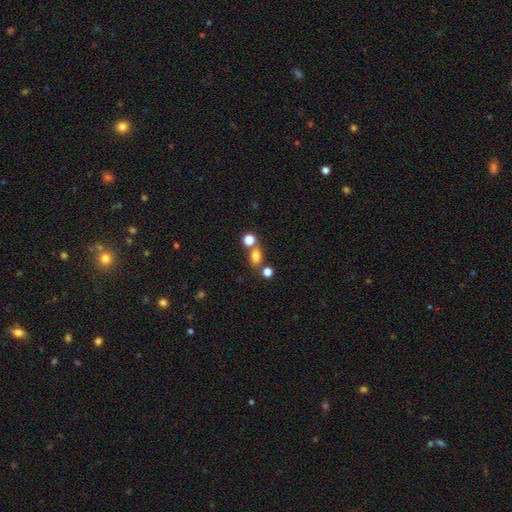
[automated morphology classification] Smooth or featured? Predicted: smooth (p=0.77). How rounded? Predicted: in between (p=0.69). Merging? Predicted: none (p=0.59).